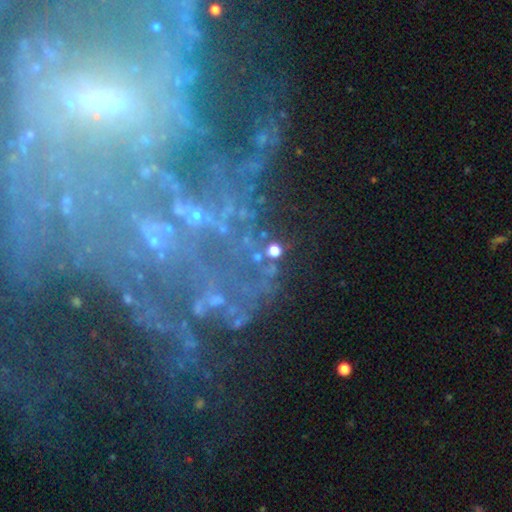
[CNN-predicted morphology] Smooth or featured?
  - featured or disk: 42% *
  - star or artifact: 38%
  - smooth: 20%
Merging?
  - none: 57% *
  - major disturbance: 16%
  - minor disturbance: 16%
  - merger: 11%